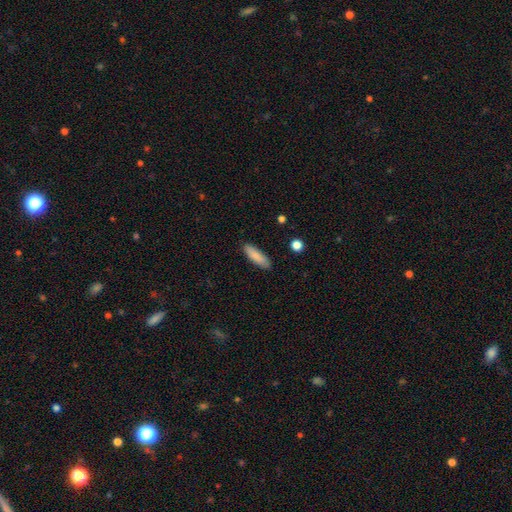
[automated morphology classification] smooth_or_featured: smooth (p=0.87) [alt: featured or disk p=0.07]
how_rounded: cigar-shaped (p=0.57) [alt: in between p=0.41]
merging: none (p=0.88) [alt: minor disturbance p=0.09]